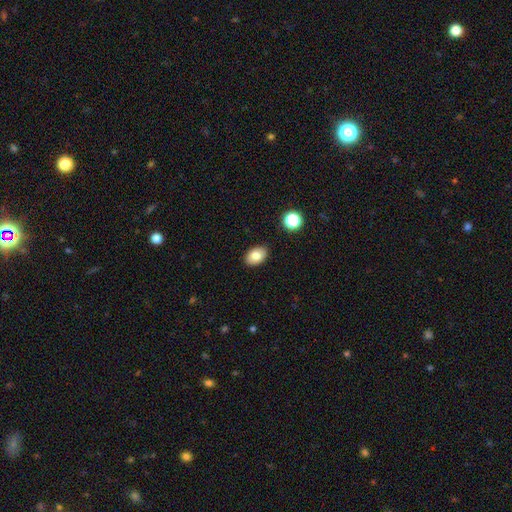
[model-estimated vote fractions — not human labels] This appears to be a smooth galaxy with no disk features (81%) that is in between round and cigar-shaped (84%). Merging: none (88%).